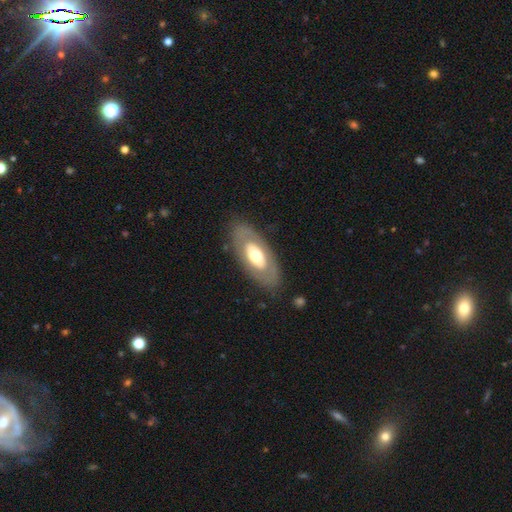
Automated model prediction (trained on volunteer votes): Smooth or featured: featured or disk — 48% (smooth — 47%)
Merging: none — 82% (minor disturbance — 11%)